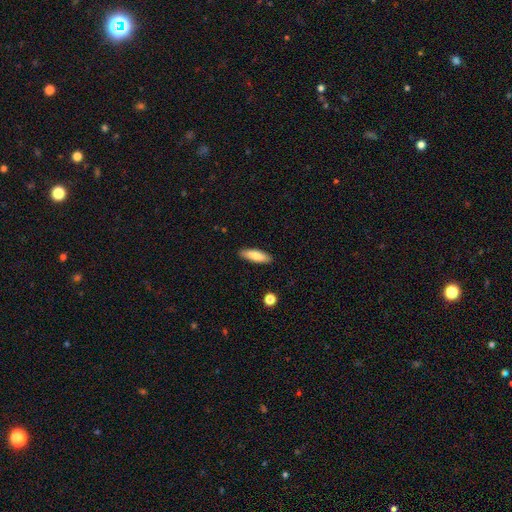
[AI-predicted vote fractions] Overall: smooth (81%). How rounded: in between (53%; cigar-shaped 45%). Merging: none (89%).